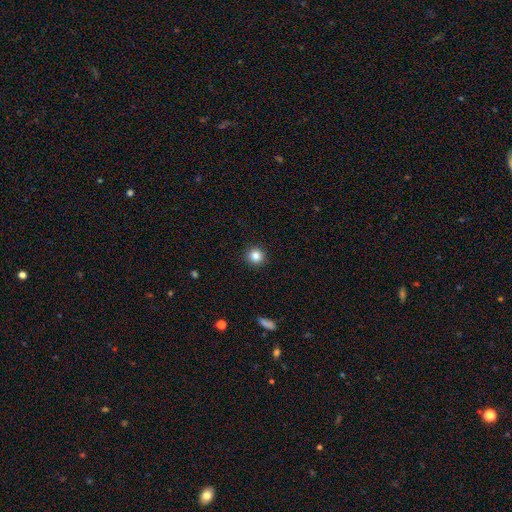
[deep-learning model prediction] smooth_or_featured: smooth (p=0.84) [alt: star or artifact p=0.11]
how_rounded: round (p=0.94) [alt: in between p=0.05]
merging: none (p=0.92) [alt: minor disturbance p=0.05]